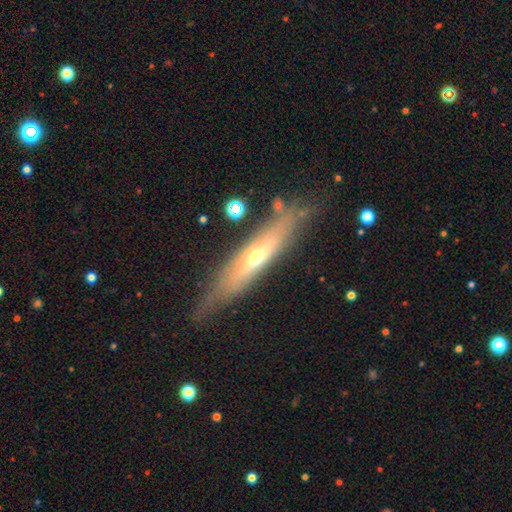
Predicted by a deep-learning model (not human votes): Overall: featured or disk (61%; smooth 32%). Edge-on disk: yes (77%). Merging: none (75%).